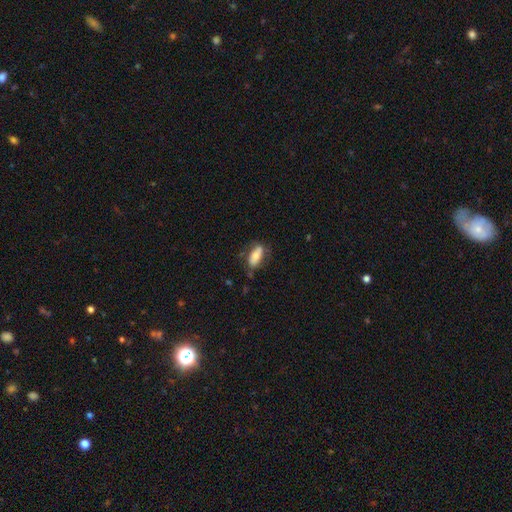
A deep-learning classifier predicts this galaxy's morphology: Smooth or featured? smooth (64%)
How rounded? in between (80%)
Merging? none (66%)